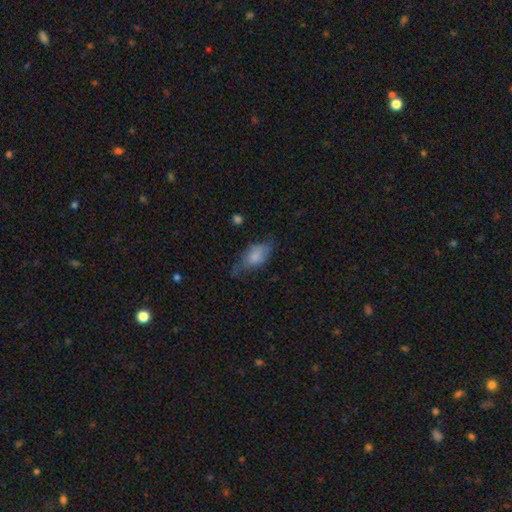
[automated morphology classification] Smooth or featured?
  - smooth: 71% *
  - featured or disk: 21%
  - star or artifact: 8%
How rounded?
  - in between: 88% *
  - cigar-shaped: 7%
  - round: 5%
Merging?
  - none: 39% *
  - minor disturbance: 38%
  - major disturbance: 21%
  - merger: 2%